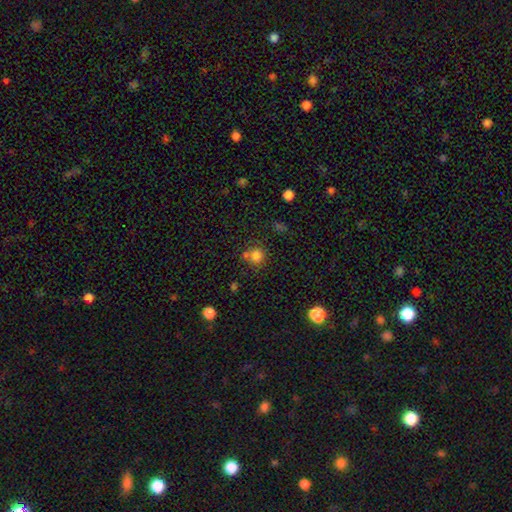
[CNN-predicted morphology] Q: Smooth or featured?
A: smooth (79%); runner-up: star or artifact (14%)
Q: How rounded?
A: round (87%); runner-up: in between (12%)
Q: Merging?
A: none (62%); runner-up: merger (21%)